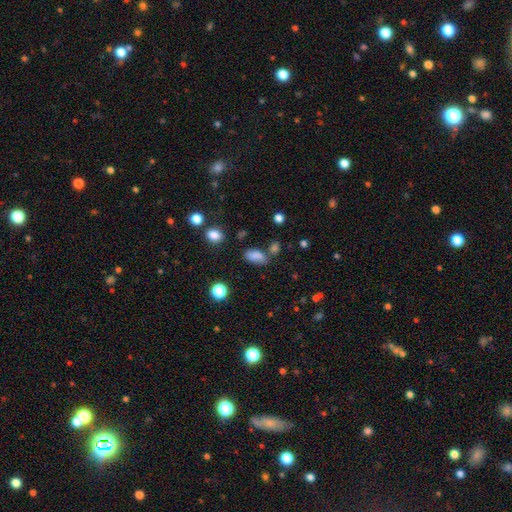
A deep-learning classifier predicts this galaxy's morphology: Q: Smooth or featured?
A: smooth (82%); runner-up: star or artifact (12%)
Q: How rounded?
A: in between (87%); runner-up: cigar-shaped (7%)
Q: Merging?
A: none (62%); runner-up: minor disturbance (18%)